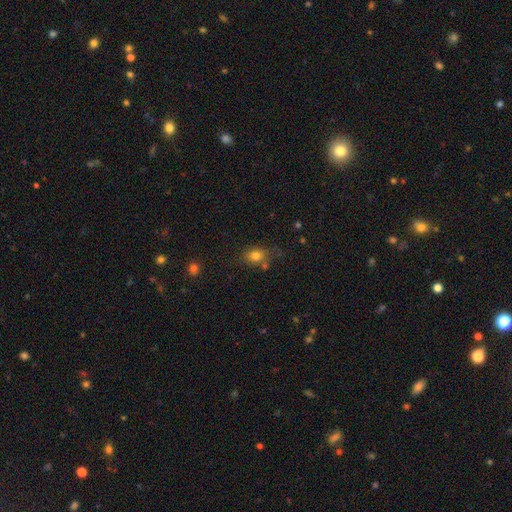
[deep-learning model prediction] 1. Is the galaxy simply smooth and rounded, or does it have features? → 78% smooth, 12% star or artifact, 10% featured or disk.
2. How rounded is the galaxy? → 62% in between, 36% round, 2% cigar-shaped.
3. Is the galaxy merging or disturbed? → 65% none, 18% minor disturbance, 11% merger, 6% major disturbance.